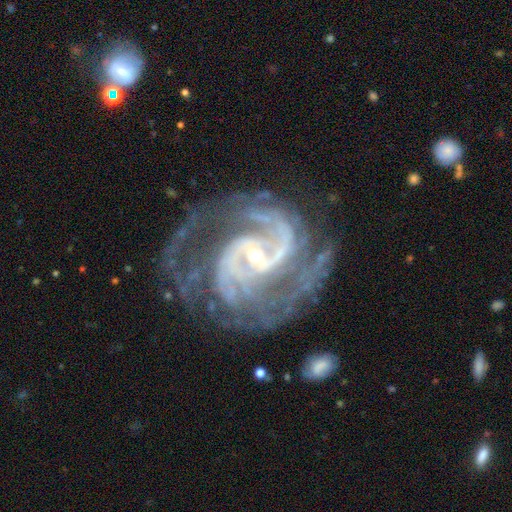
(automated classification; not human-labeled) A featured or disk galaxy (93%) with a weak bar (44%), 2 (46%) medium (48%) spiral arms (98%) and a small central bulge (71%).

Vote fractions:
- Smooth or featured? featured or disk: 93% / star or artifact: 5% / smooth: 2%
- Edge-on disk? no: 98% / yes: 2%
- Bar? weak: 44% / no: 35% / strong: 21%
- Spiral arms? yes: 98% / no: 2%
- Spiral winding? medium: 48% / tight: 43% / loose: 10%
- Spiral arm count? 2: 46% / 3: 19% / can't tell: 13% / 4: 8% / more than 4: 7% / 1: 7%
- Bulge size? small: 71% / moderate: 25% / large: 2% / none: 1% / dominant: 1%
- Merging? none: 62% / minor disturbance: 19% / major disturbance: 17% / merger: 2%